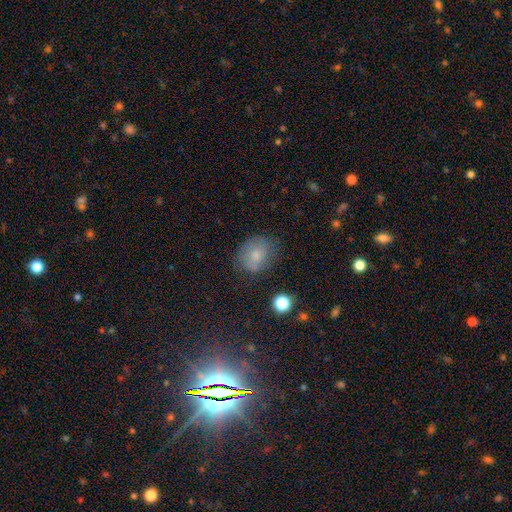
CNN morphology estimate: Q: Smooth or featured?
A: smooth (70%); runner-up: featured or disk (20%)
Q: How rounded?
A: in between (53%); runner-up: round (46%)
Q: Merging?
A: none (64%); runner-up: minor disturbance (24%)